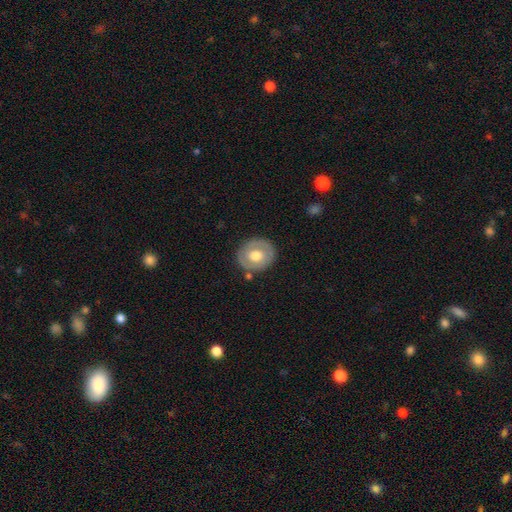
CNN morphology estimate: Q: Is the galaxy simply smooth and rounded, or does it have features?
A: smooth — 50%.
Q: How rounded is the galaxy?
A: round — 72%.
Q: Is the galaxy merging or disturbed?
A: none — 81%.